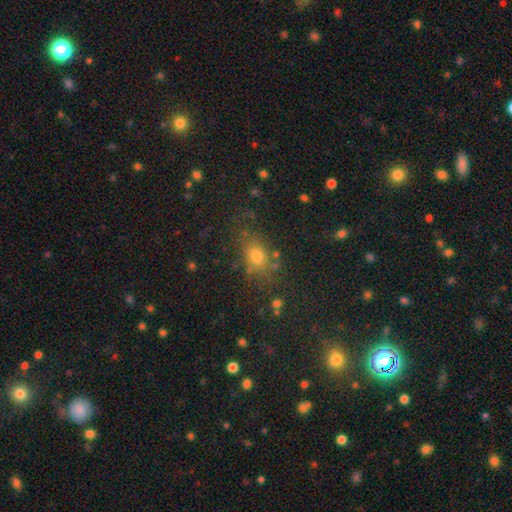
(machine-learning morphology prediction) Smooth or featured?
  - smooth: 60% *
  - star or artifact: 29%
  - featured or disk: 11%
How rounded?
  - in between: 50% *
  - round: 45%
  - cigar-shaped: 4%
Merging?
  - none: 76% *
  - minor disturbance: 14%
  - major disturbance: 6%
  - merger: 4%